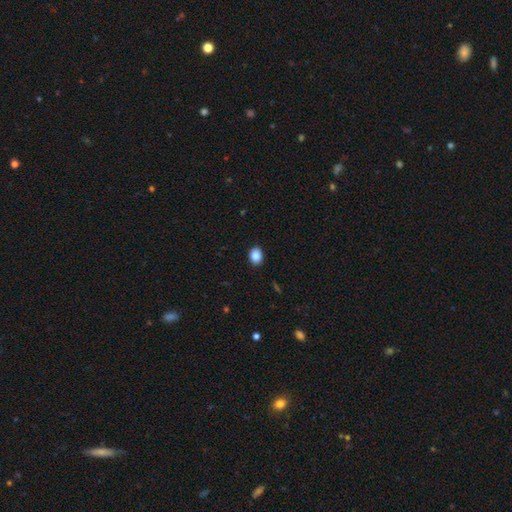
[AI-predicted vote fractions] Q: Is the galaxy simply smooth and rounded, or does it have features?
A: smooth — 87%.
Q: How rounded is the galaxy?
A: in between — 58%.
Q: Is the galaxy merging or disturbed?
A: none — 90%.